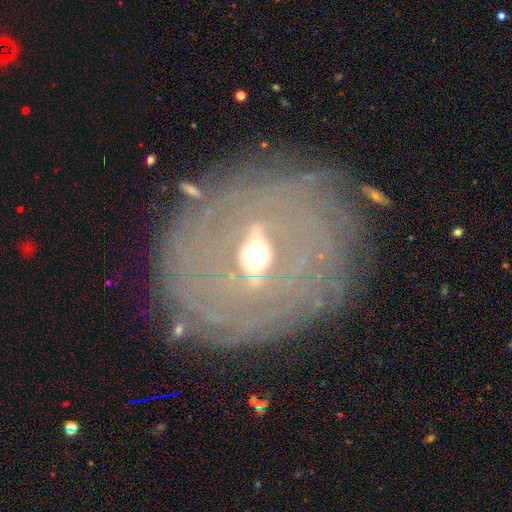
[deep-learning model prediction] smooth_or_featured: featured or disk (p=0.83) [alt: smooth p=0.10]
disk_edge_on: no (p=0.86) [alt: yes p=0.14]
bar: strong (p=0.43) [alt: weak p=0.35]
has_spiral_arms: yes (p=0.67) [alt: no p=0.33]
bulge_size: moderate (p=0.62) [alt: small p=0.26]
merging: none (p=0.74) [alt: minor disturbance p=0.15]